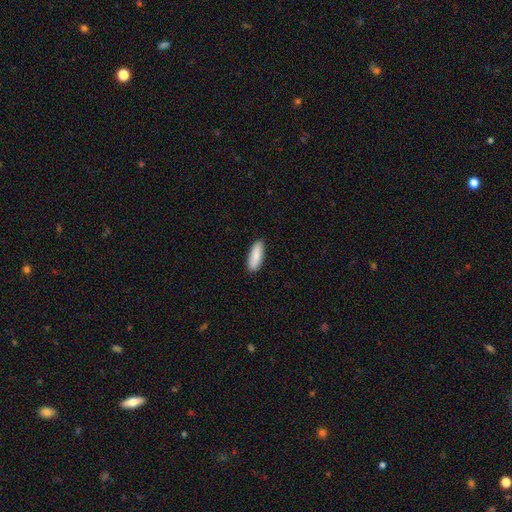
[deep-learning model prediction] Q: Smooth or featured?
A: smooth (88%); runner-up: featured or disk (7%)
Q: How rounded?
A: in between (63%); runner-up: cigar-shaped (36%)
Q: Merging?
A: none (88%); runner-up: minor disturbance (9%)